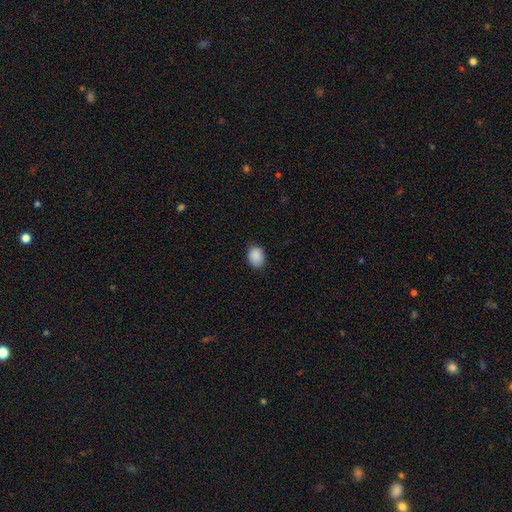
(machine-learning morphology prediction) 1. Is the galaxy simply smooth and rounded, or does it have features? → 89% smooth, 8% star or artifact, 3% featured or disk.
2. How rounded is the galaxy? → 57% in between, 42% round, 1% cigar-shaped.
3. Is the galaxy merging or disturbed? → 82% none, 15% minor disturbance, 2% major disturbance, 1% merger.